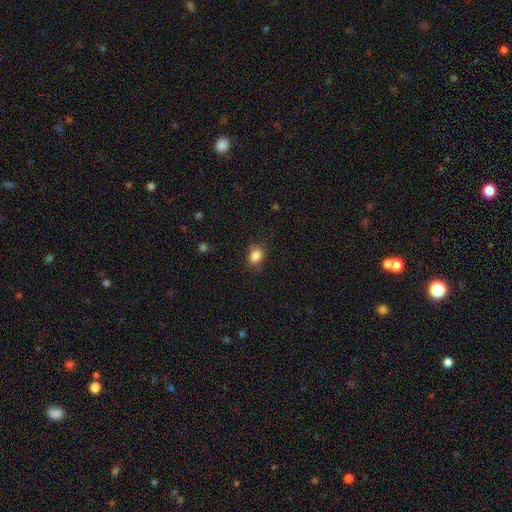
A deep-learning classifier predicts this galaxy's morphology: type=smooth (85%); roundness=in between (67%); merging=none (72%).